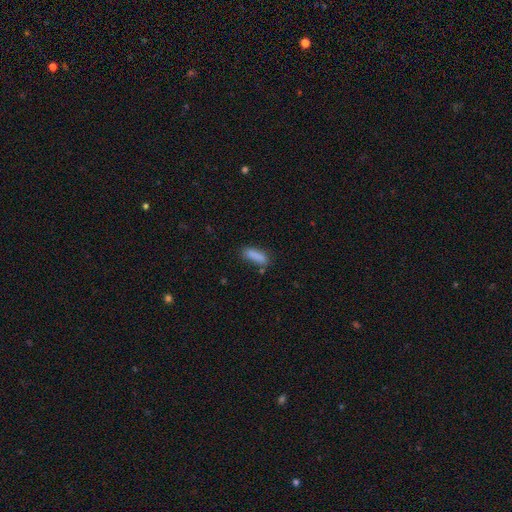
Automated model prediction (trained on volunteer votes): Morphology: type=smooth (85%); roundness=cigar-shaped (51%); merging=none (68%).